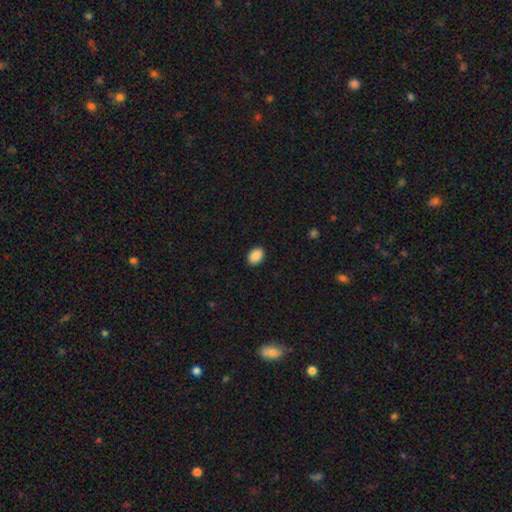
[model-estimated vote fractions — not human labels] Q: Smooth or featured?
A: smooth (90%); runner-up: star or artifact (8%)
Q: How rounded?
A: in between (77%); runner-up: round (22%)
Q: Merging?
A: none (90%); runner-up: minor disturbance (7%)